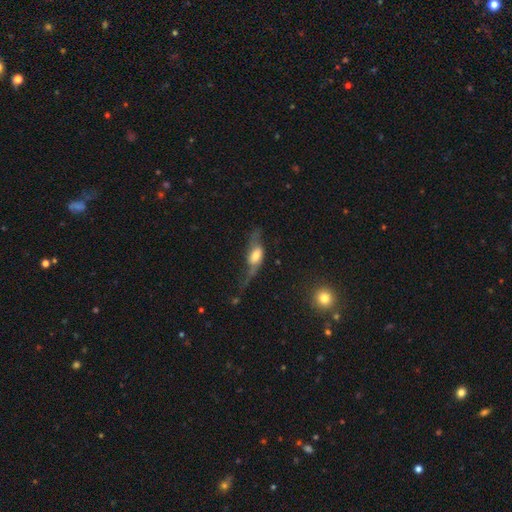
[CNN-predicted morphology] A featured or disk galaxy (56%).

Vote fractions:
- Smooth or featured? featured or disk: 56% / smooth: 36% / star or artifact: 8%
- Edge-on disk? no: 66% / yes: 34%
- Merging? major disturbance: 38% / none: 35% / minor disturbance: 23% / merger: 4%